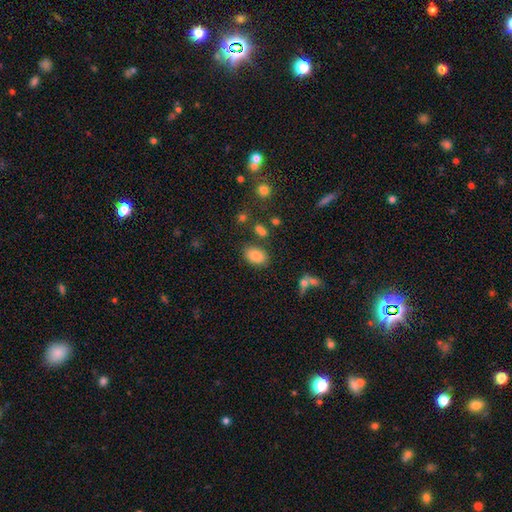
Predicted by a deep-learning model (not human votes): smooth_or_featured: smooth (p=0.84) [alt: star or artifact p=0.10]
how_rounded: in between (p=0.87) [alt: round p=0.12]
merging: none (p=0.78) [alt: minor disturbance p=0.12]